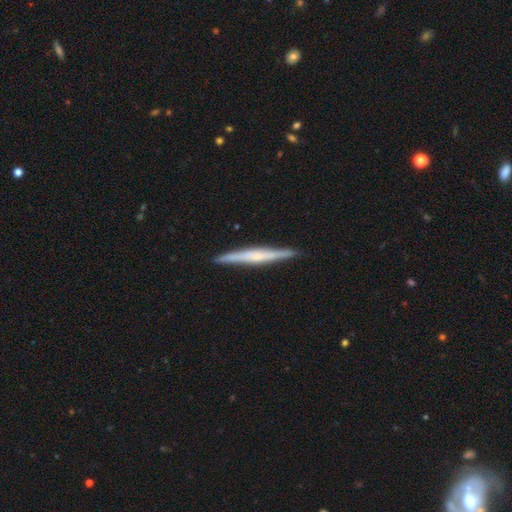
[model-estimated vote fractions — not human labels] A featured or disk galaxy (66%) viewed edge-on (98%) with a rounded central bulge (47%). Merging: none (91%).